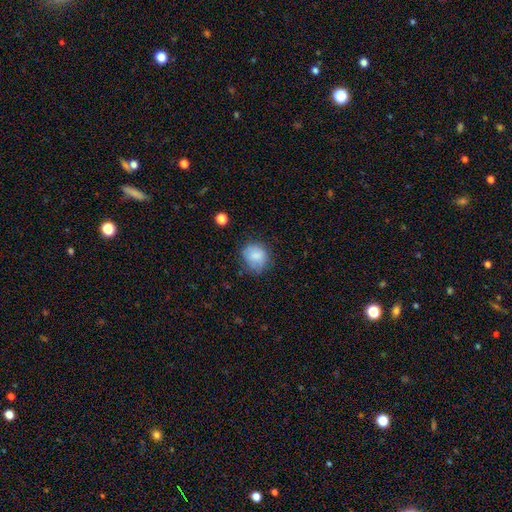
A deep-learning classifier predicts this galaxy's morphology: The model was most divided on "merging": none: 62%, minor disturbance: 27%, major disturbance: 9%, merger: 2%. More confident: smooth or featured — smooth (80%); how rounded — round (70%).